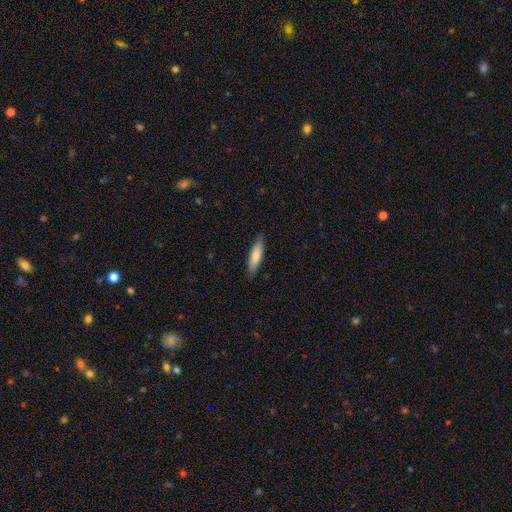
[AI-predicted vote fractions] This is likely a smooth galaxy (72%). How rounded: likely cigar-shaped (68%). Merging: clearly none (87%).